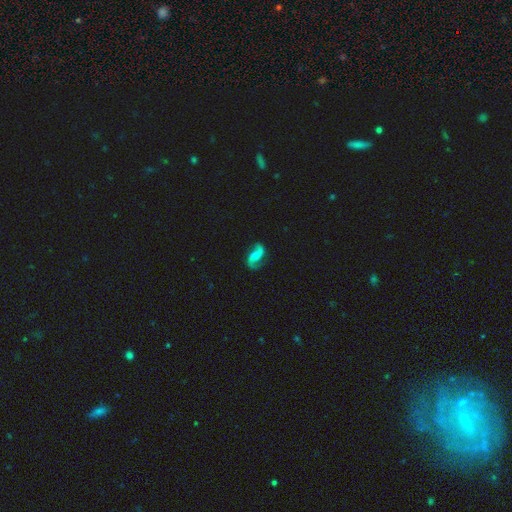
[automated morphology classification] A featured or disk galaxy (87%) with no bar (46%), 2 (93%) loose (62%) spiral arms (97%) and a moderate central bulge (48%).

Vote fractions:
- Smooth or featured? featured or disk: 87% / smooth: 8% / star or artifact: 5%
- Edge-on disk? no: 97% / yes: 3%
- Bar? no: 46% / weak: 39% / strong: 16%
- Spiral arms? yes: 97% / no: 3%
- Spiral winding? loose: 62% / medium: 31% / tight: 7%
- Spiral arm count? 2: 93% / 1: 2% / can't tell: 2% / 3: 1% / 4: 1% / more than 4: 1%
- Bulge size? moderate: 48% / small: 38% / none: 7% / large: 5% / dominant: 1%
- Merging? none: 79% / minor disturbance: 14% / major disturbance: 6% / merger: 2%